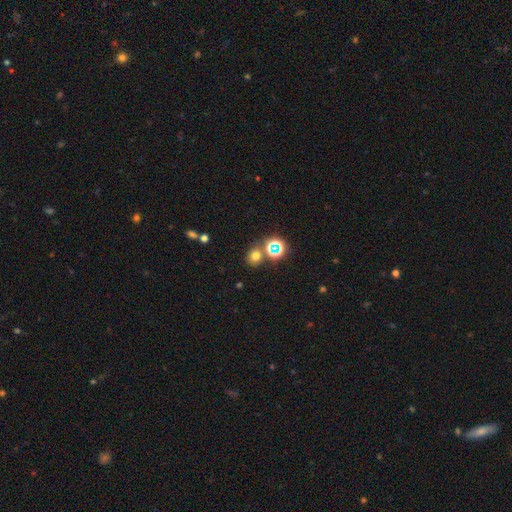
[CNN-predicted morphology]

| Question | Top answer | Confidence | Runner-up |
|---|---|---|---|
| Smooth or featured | smooth | 64% | star or artifact (28%) |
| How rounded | round | 77% | in between (22%) |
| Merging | none | 74% | merger (14%) |